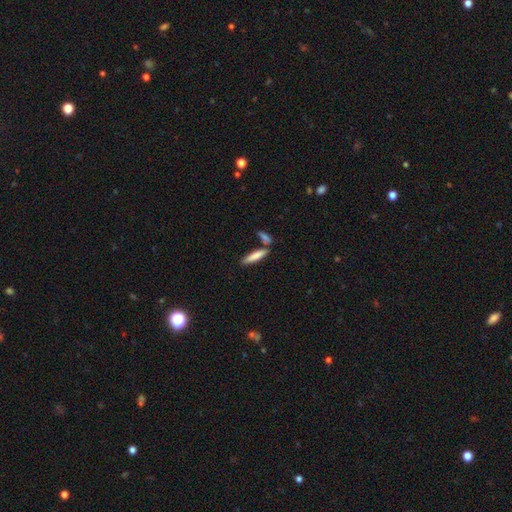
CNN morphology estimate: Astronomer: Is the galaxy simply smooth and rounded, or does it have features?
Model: smooth — 79%.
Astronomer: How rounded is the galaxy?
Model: cigar-shaped — 80%.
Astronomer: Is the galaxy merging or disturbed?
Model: none — 66%.